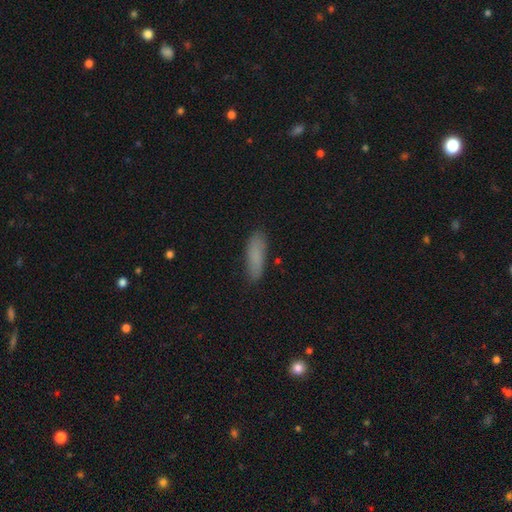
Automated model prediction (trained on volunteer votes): Q: Smooth or featured?
A: smooth (83%); runner-up: featured or disk (9%)
Q: How rounded?
A: cigar-shaped (53%); runner-up: in between (45%)
Q: Merging?
A: none (83%); runner-up: minor disturbance (12%)